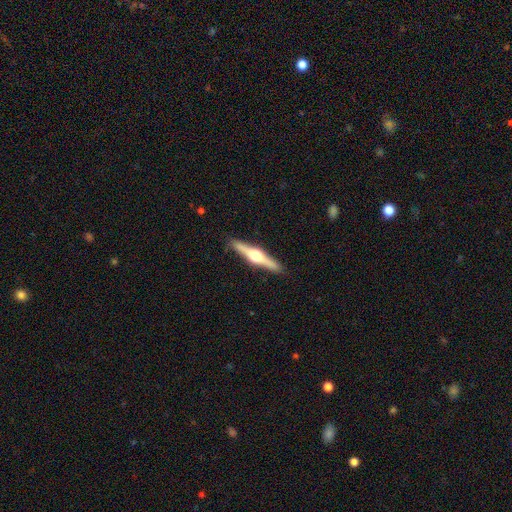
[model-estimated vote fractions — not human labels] featured or disk 74%, smooth 21%, star or artifact 5%. Down the decision tree: edge-on disk — yes (98%); edge-on bulge — rounded (95%); merging — none (90%).